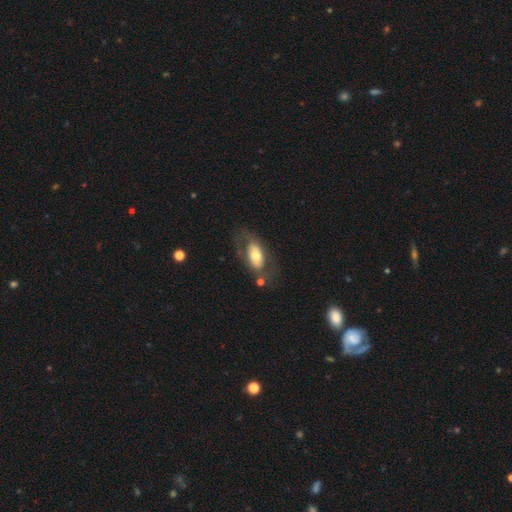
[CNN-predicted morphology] This is possibly a smooth galaxy (56%). How rounded: clearly in between (89%). Merging: likely none (62%).